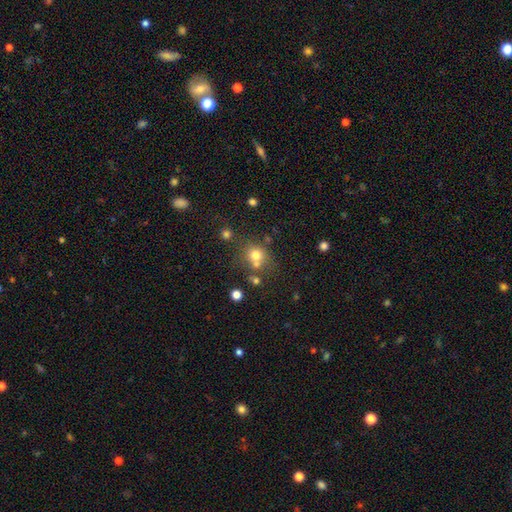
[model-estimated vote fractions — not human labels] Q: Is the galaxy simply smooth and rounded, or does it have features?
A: smooth — 72%.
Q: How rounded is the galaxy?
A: round — 81%.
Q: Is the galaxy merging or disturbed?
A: none — 57%.